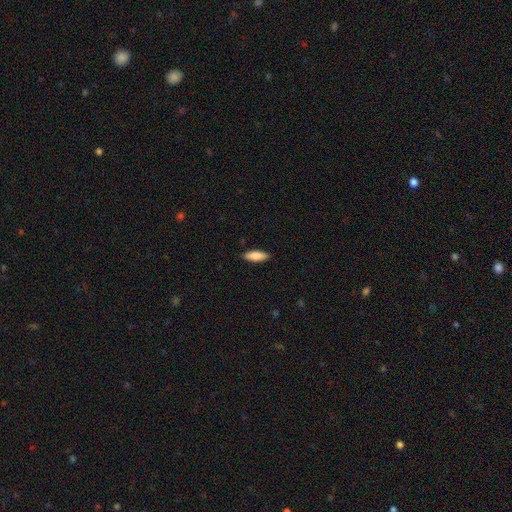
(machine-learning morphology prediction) Smooth or featured?
  - smooth: 86% *
  - featured or disk: 9%
  - star or artifact: 6%
How rounded?
  - in between: 63% *
  - cigar-shaped: 35%
  - round: 2%
Merging?
  - none: 89% *
  - minor disturbance: 8%
  - major disturbance: 2%
  - merger: 1%